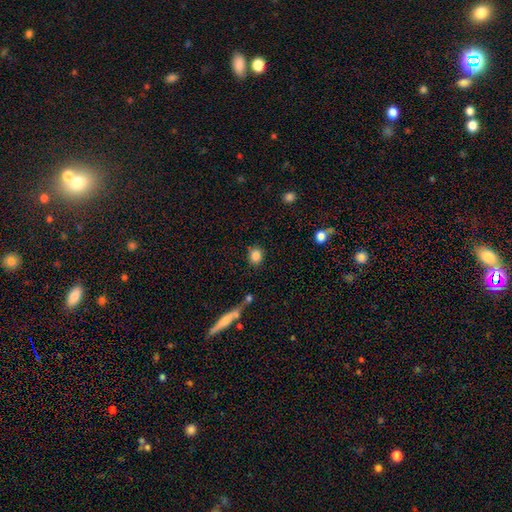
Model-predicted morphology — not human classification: A smooth galaxy with no disk features (85%) that is round (73%). Merging: none (84%).